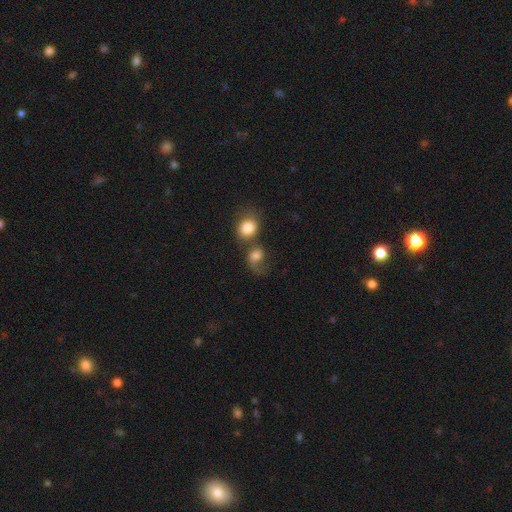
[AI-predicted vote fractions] The model was most divided on "how rounded": round: 59%, in between: 40%, cigar-shaped: 2%. More confident: smooth or featured — smooth (72%); merging — merger (51%).